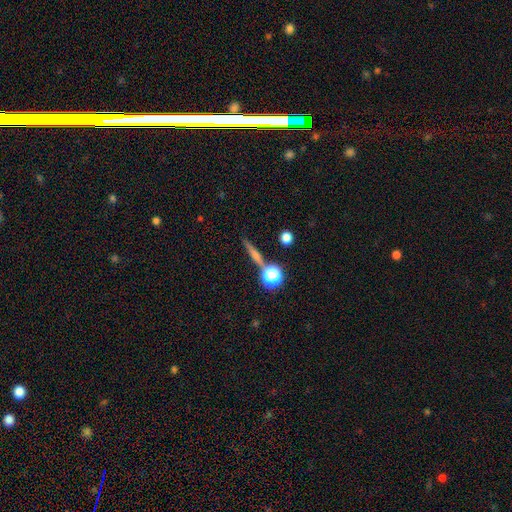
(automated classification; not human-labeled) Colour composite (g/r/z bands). It shows a smooth galaxy with no disk features (41%). Merging: none (80%).